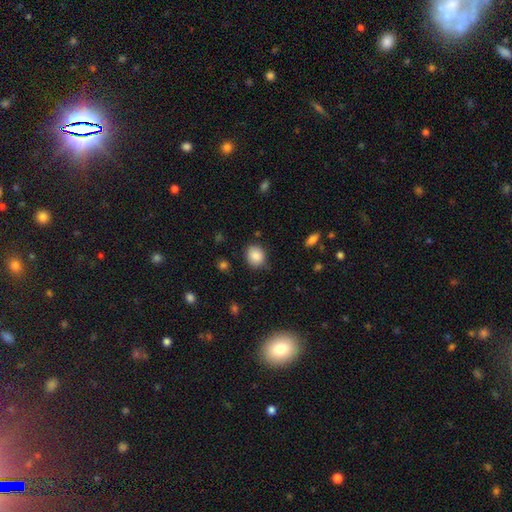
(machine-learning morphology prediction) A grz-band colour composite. It shows a smooth galaxy with no disk features (87%) that is round (63%). Merging: none (78%).